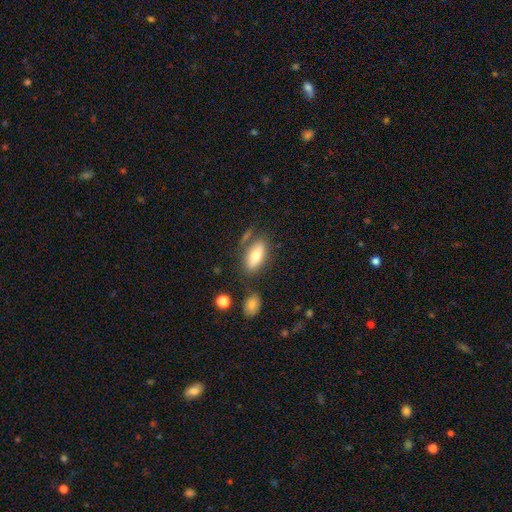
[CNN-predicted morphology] smooth_or_featured: smooth (p=0.71) [alt: featured or disk p=0.22]
how_rounded: in between (p=0.82) [alt: cigar-shaped p=0.15]
merging: none (p=0.70) [alt: minor disturbance p=0.15]